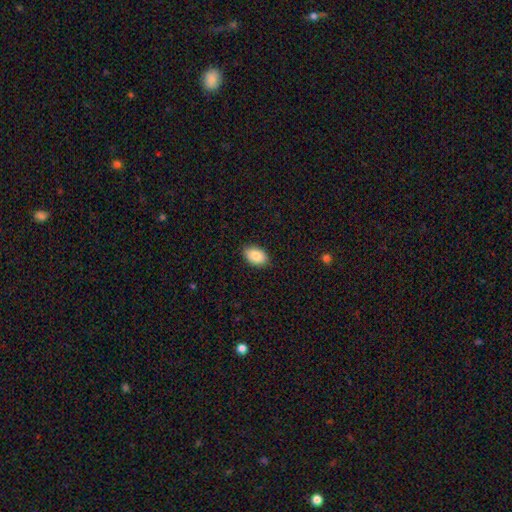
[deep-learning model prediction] smooth 85%, featured or disk 8%, star or artifact 7%. Down the decision tree: how rounded — in between (90%); merging — none (87%).